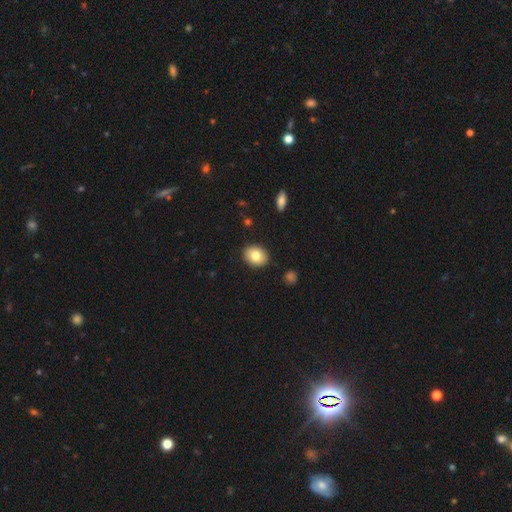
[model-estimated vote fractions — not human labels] Q: Smooth or featured?
A: smooth (80%); runner-up: featured or disk (12%)
Q: How rounded?
A: in between (62%); runner-up: round (37%)
Q: Merging?
A: none (89%); runner-up: minor disturbance (7%)